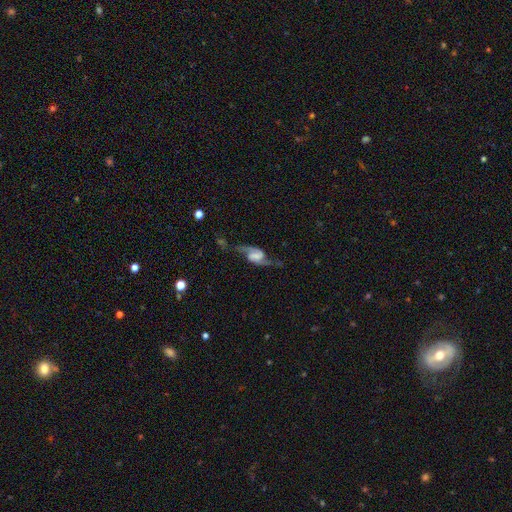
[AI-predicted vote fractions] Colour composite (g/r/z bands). It shows a featured or disk galaxy (86%) with a weak bar (47%), 2 (93%) loose (61%) spiral arms (96%) and no central bulge (43%). Merging: none (64%).